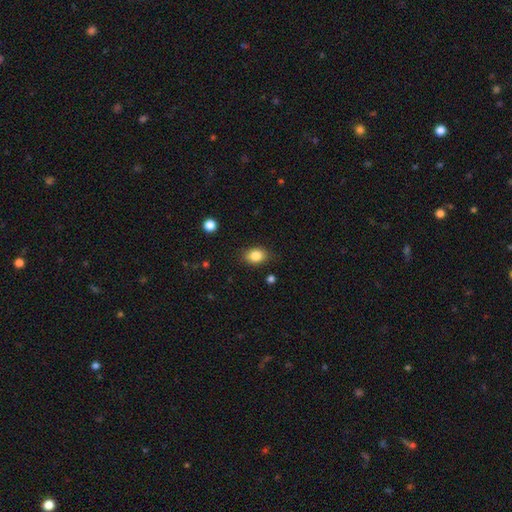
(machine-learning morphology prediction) This is clearly a smooth galaxy (84%). How rounded: likely in between (69%). Merging: clearly none (84%).